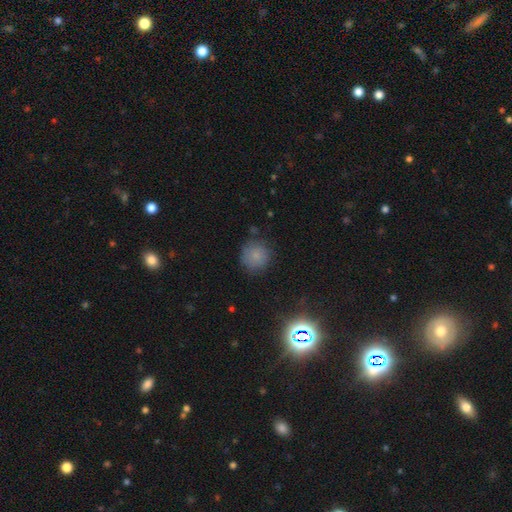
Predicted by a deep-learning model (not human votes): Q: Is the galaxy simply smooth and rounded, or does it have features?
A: smooth — 80%.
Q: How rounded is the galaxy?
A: round — 92%.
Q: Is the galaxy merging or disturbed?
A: none — 79%.